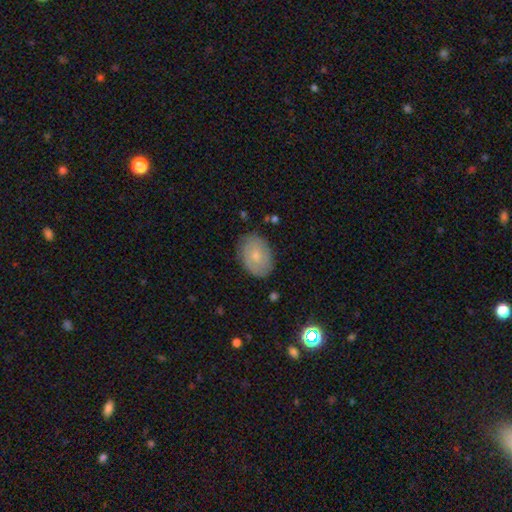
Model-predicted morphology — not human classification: A smooth galaxy with no disk features (63%) that is in between round and cigar-shaped (80%). Merging: none (81%).